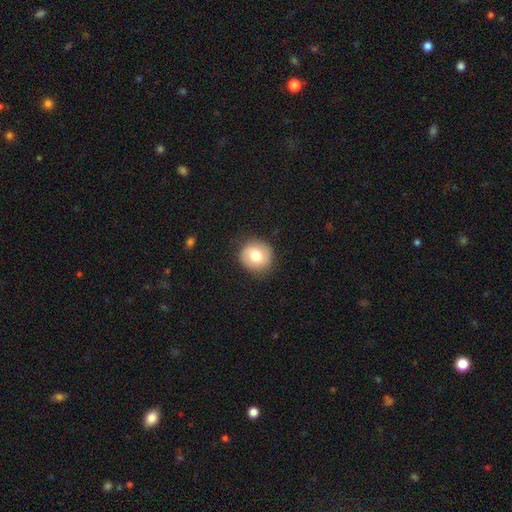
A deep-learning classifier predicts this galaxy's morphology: Smooth or featured? Predicted: smooth (p=0.72). How rounded? Predicted: round (p=0.88). Merging? Predicted: none (p=0.86).